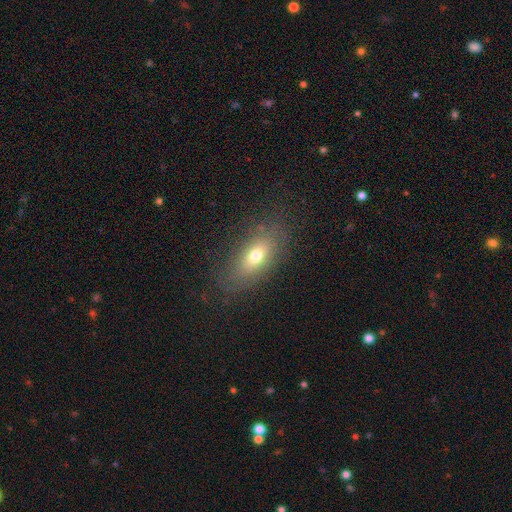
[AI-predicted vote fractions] Smooth or featured? Predicted: smooth (p=0.65). How rounded? Predicted: in between (p=0.81). Merging? Predicted: none (p=0.79).